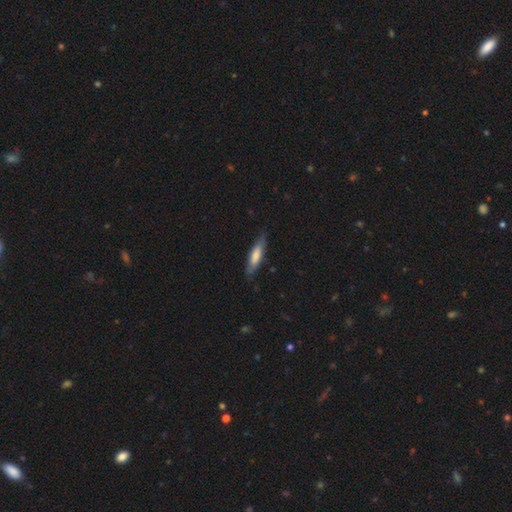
Overall: smooth (70%). How rounded: cigar-shaped (85%). Merging: none (81%).